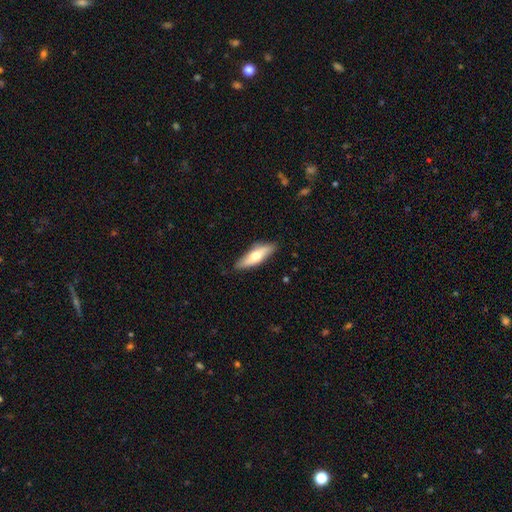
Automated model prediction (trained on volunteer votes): Smooth or featured? smooth (57%)
How rounded? cigar-shaped (54%)
Merging? none (83%)